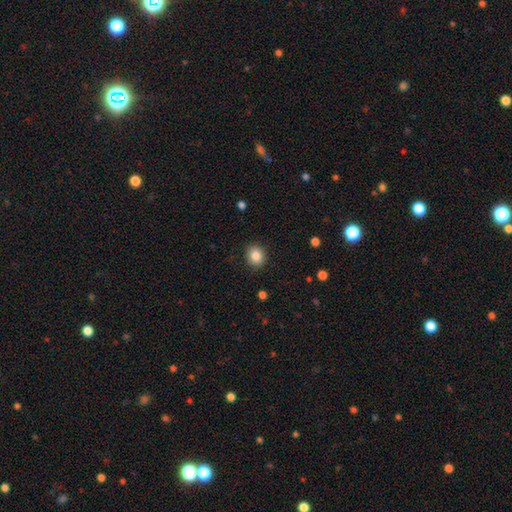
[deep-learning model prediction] Smooth or featured? Predicted: smooth (p=0.85). How rounded? Predicted: round (p=0.71). Merging? Predicted: none (p=0.89).